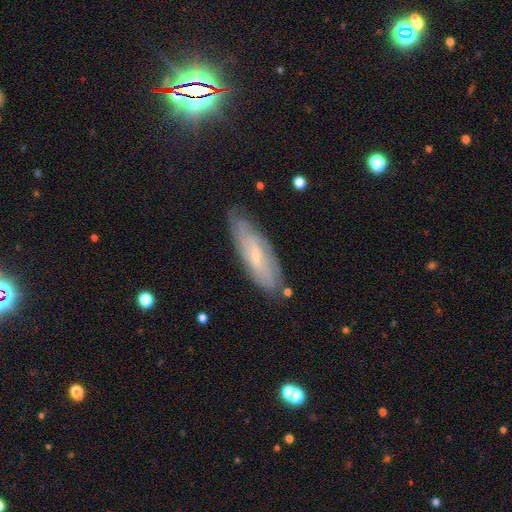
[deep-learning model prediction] The model was most divided on "smooth or featured": featured or disk: 53%, smooth: 38%, star or artifact: 8%. More confident: merging — none (72%); edge-on disk — no (72%).